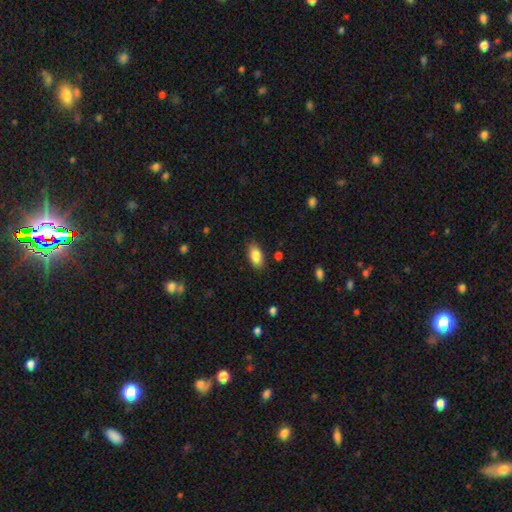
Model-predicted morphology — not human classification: This is clearly a smooth galaxy (84%). How rounded: clearly in between (91%). Merging: clearly none (86%).